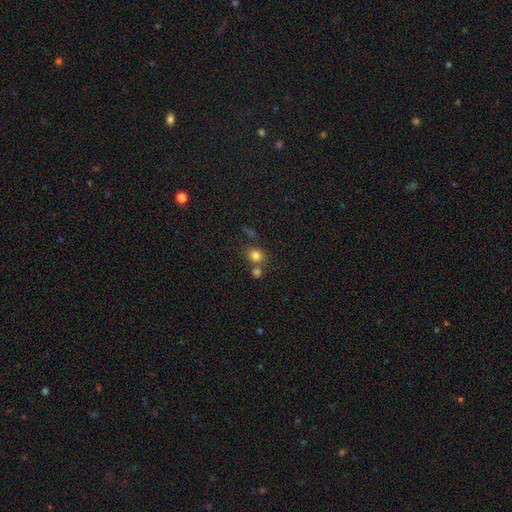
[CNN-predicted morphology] This appears to be a smooth galaxy with no disk features (80%) that is round (73%). Merging: none (60%).